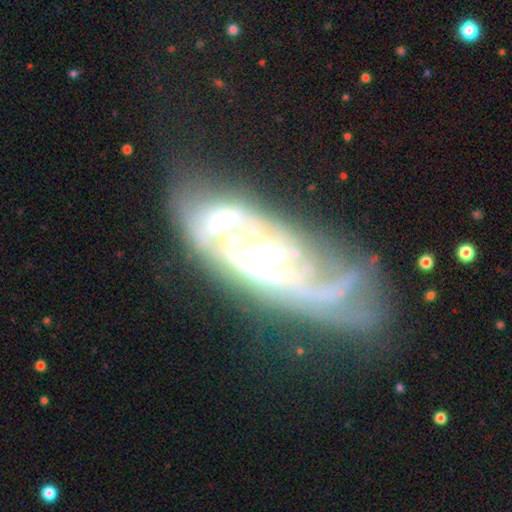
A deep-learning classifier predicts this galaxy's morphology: This is likely a featured or disk galaxy (78%). It is clearly not viewed edge-on (83%). Bar: possibly no (53%). Spiral arm pattern: likely yes (77%). Central bulge: marginally small (40%). Merging: marginally major disturbance (32%).